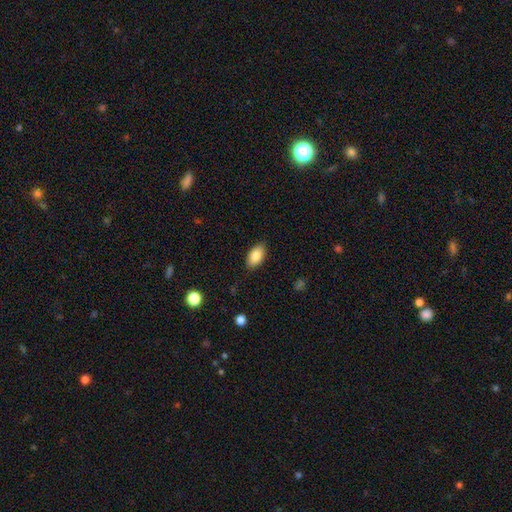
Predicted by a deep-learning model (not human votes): Smooth or featured?
  - smooth: 87% *
  - star or artifact: 7%
  - featured or disk: 6%
How rounded?
  - in between: 93% *
  - round: 4%
  - cigar-shaped: 2%
Merging?
  - none: 87% *
  - minor disturbance: 10%
  - major disturbance: 2%
  - merger: 1%